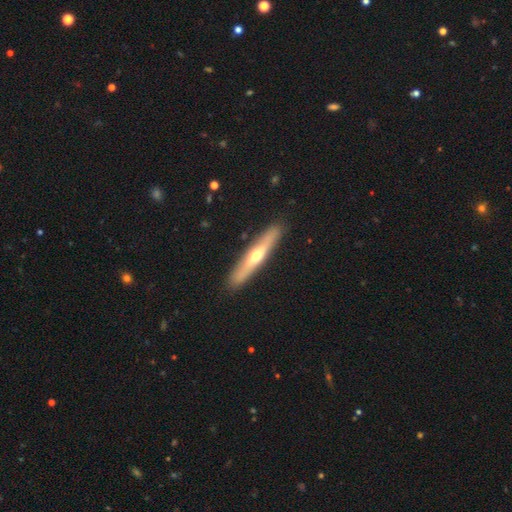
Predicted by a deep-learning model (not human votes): featured or disk 54%, smooth 40%, star or artifact 5%. Down the decision tree: edge-on disk — yes (88%); merging — none (90%).